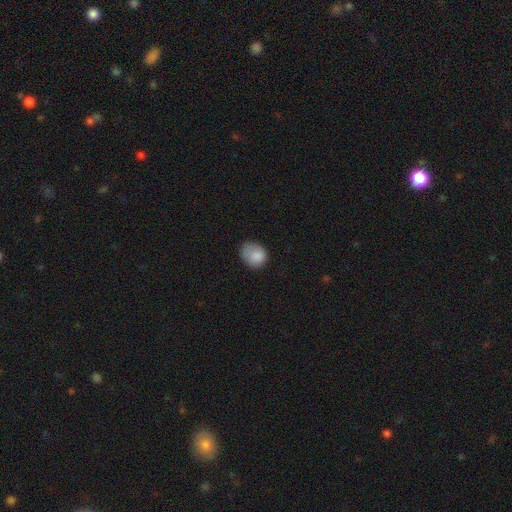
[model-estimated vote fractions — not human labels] A smooth galaxy with no disk features (84%) that is round (51%).

Vote fractions:
- Smooth or featured? smooth: 84% / star or artifact: 8% / featured or disk: 8%
- How rounded? round: 51% / in between: 48% / cigar-shaped: 1%
- Merging? none: 56% / minor disturbance: 30% / major disturbance: 12% / merger: 2%